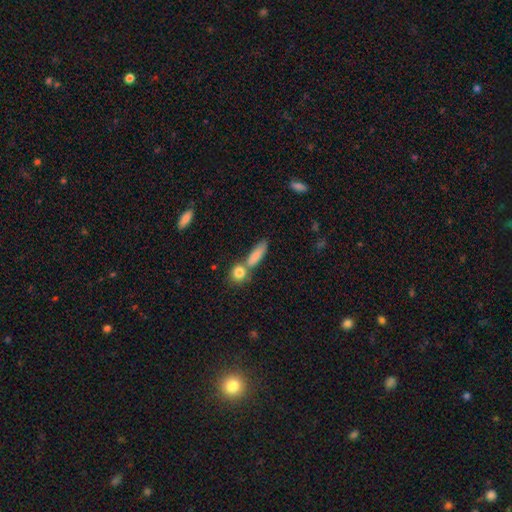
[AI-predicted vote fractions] Morphology: type=smooth (82%); roundness=in between (47%); merging=none (51%).